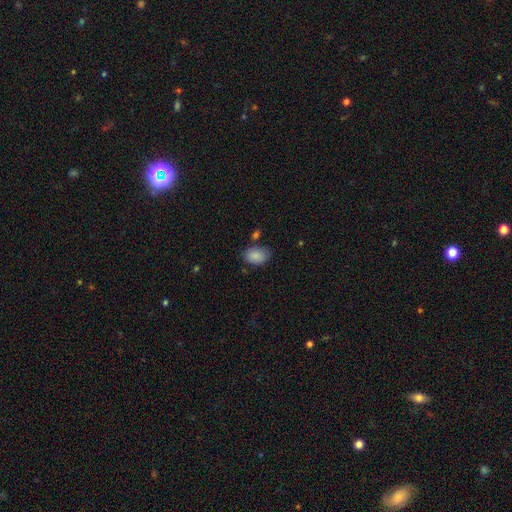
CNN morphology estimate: This is clearly a smooth galaxy (86%). How rounded: clearly in between (86%). Merging: likely none (68%).